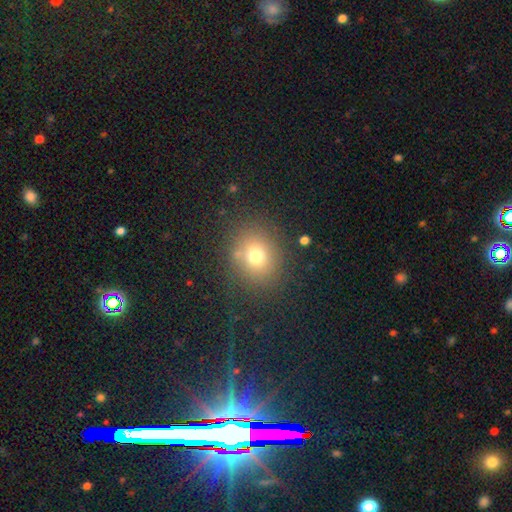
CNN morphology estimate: Smooth or featured? smooth (72%)
How rounded? round (73%)
Merging? none (80%)